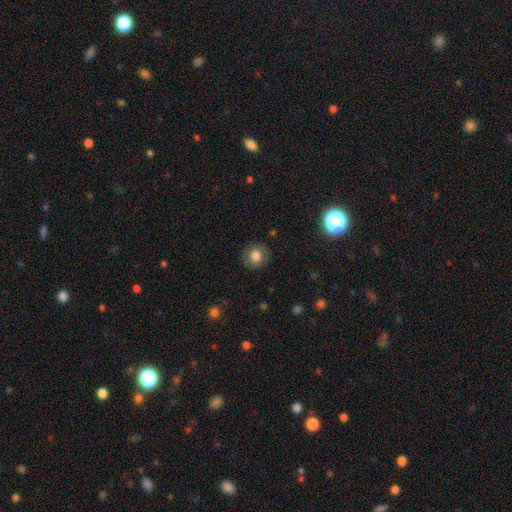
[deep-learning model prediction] Q: Smooth or featured?
A: smooth (75%); runner-up: featured or disk (15%)
Q: How rounded?
A: round (79%); runner-up: in between (20%)
Q: Merging?
A: none (86%); runner-up: minor disturbance (10%)